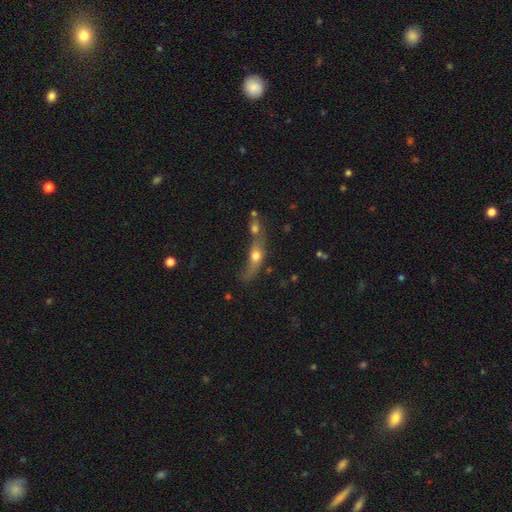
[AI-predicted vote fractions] Morphology: type=smooth (57%); roundness=in between (47%); merging=merger (47%).